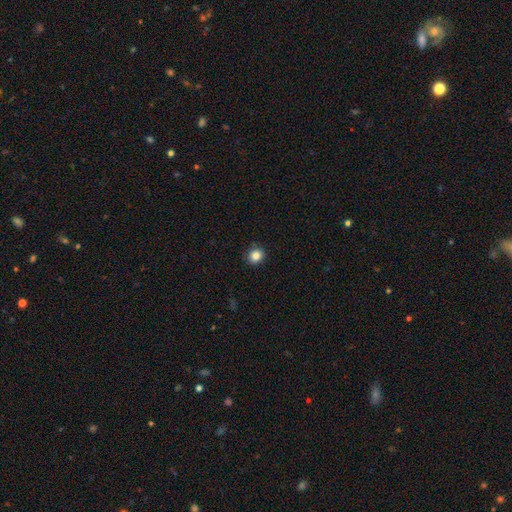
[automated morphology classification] smooth 85%, star or artifact 11%, featured or disk 4%. Down the decision tree: how rounded — round (81%); merging — none (90%).